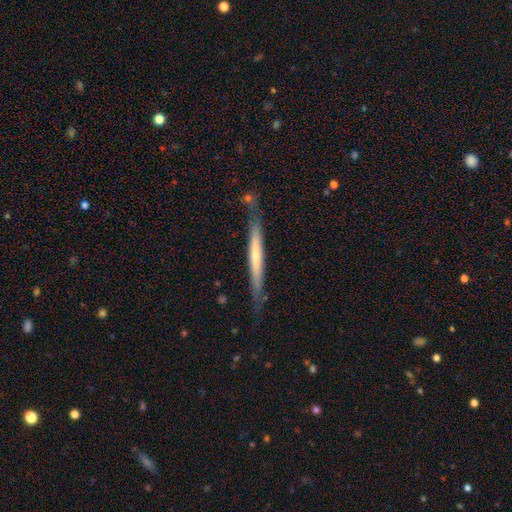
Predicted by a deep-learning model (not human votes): Smooth or featured? Predicted: featured or disk (p=0.49). Merging? Predicted: none (p=0.78).